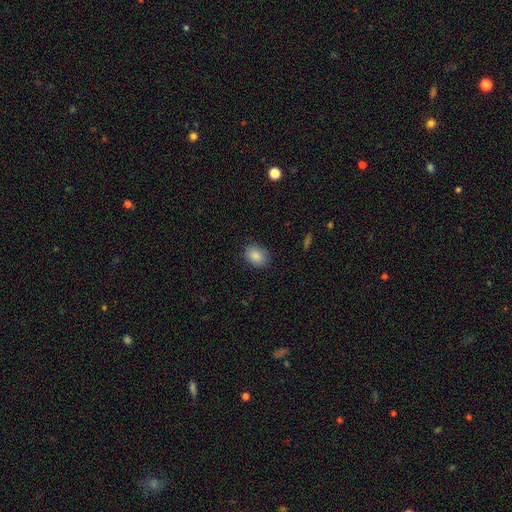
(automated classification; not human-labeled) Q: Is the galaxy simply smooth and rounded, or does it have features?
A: smooth — 86%.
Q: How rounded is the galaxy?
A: in between — 66%.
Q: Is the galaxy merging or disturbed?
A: none — 85%.